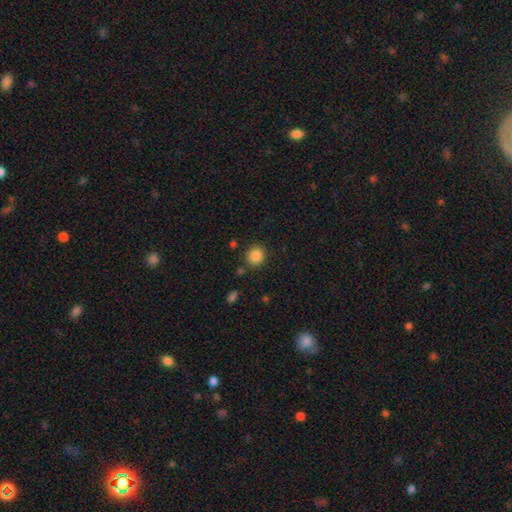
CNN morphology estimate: type=smooth (86%); roundness=round (86%); merging=none (85%).